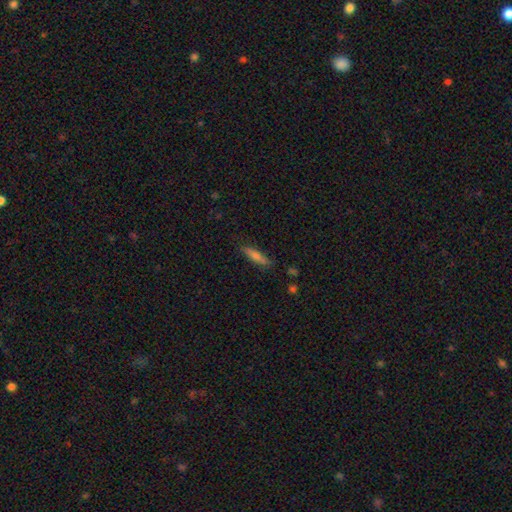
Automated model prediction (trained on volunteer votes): This is likely a smooth galaxy (60%). How rounded: likely cigar-shaped (77%). Merging: clearly none (84%).